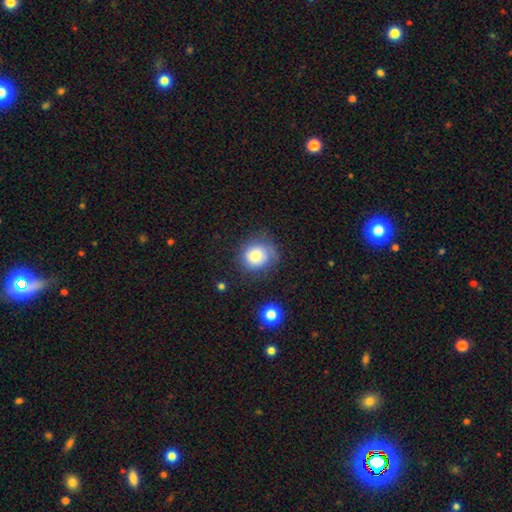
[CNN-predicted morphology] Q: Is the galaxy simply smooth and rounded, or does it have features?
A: smooth — 72%.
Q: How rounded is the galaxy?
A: round — 78%.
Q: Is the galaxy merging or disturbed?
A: none — 63%.